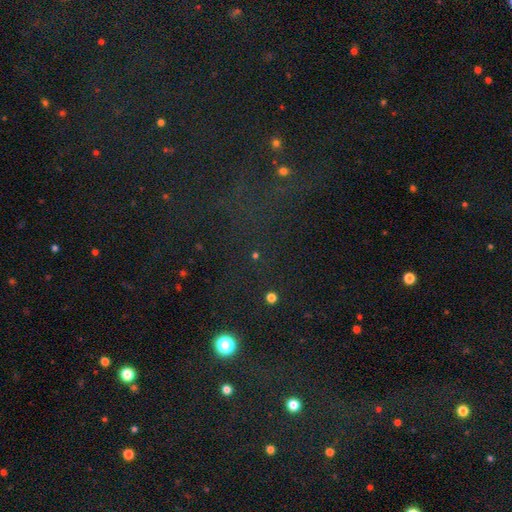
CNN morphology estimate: Smooth or featured?
  - star or artifact: 69% *
  - smooth: 22%
  - featured or disk: 8%